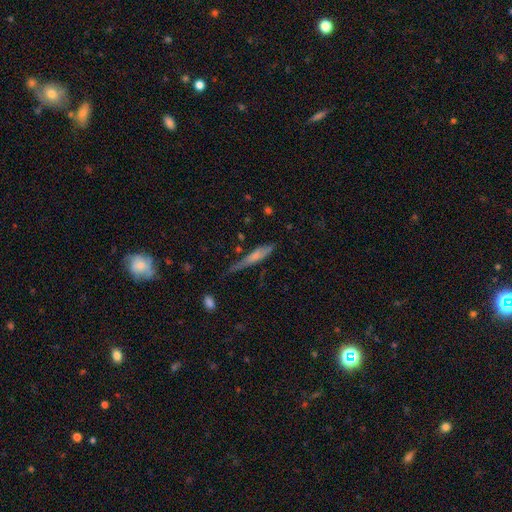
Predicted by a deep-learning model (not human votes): Smooth or featured? Predicted: smooth (p=0.60). How rounded? Predicted: cigar-shaped (p=0.86). Merging? Predicted: none (p=0.51).